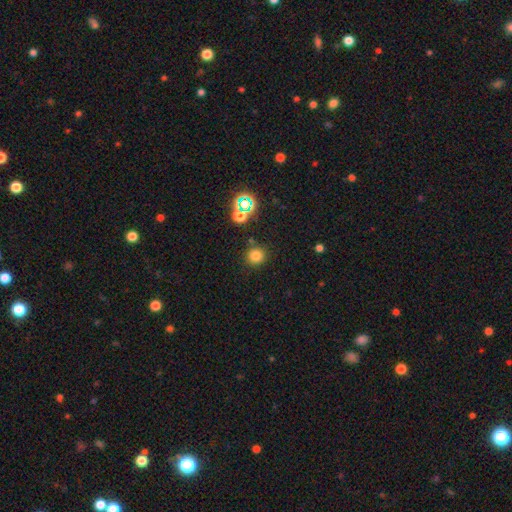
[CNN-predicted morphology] This appears to be a smooth galaxy with no disk features (76%) that is round (92%). Merging: none (84%).